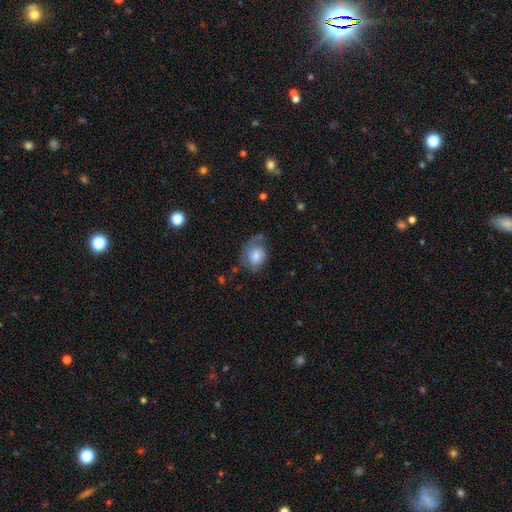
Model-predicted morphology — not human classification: Smooth or featured? smooth (53%)
How rounded? in between (53%)
Merging? none (42%)